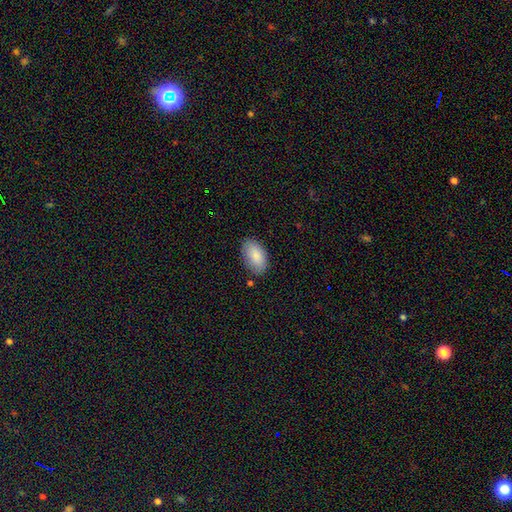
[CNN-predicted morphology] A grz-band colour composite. It shows a smooth galaxy with no disk features (86%) that is in between round and cigar-shaped (95%). Merging: none (82%).